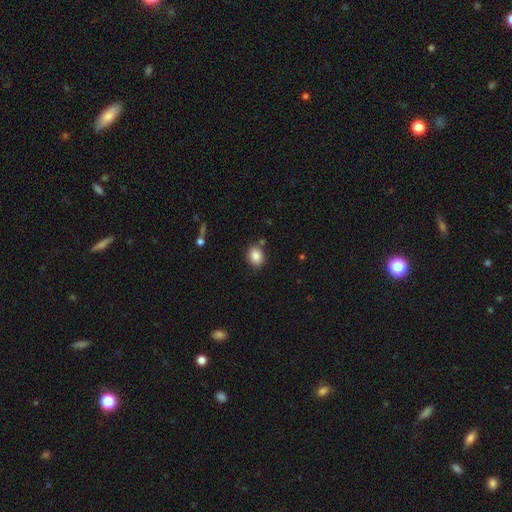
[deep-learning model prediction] Smooth or featured? smooth (86%)
How rounded? round (54%)
Merging? none (81%)